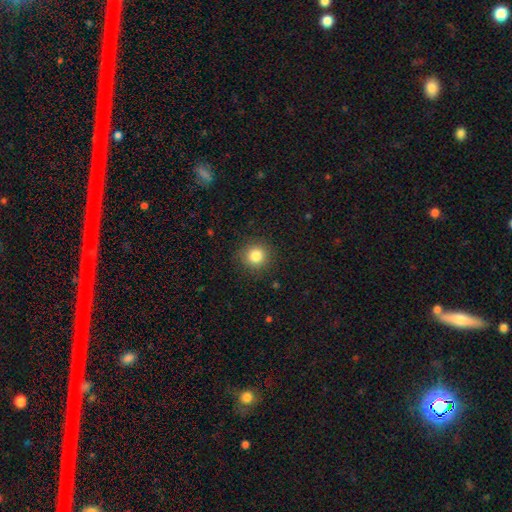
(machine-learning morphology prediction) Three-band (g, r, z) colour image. It shows a smooth galaxy with no disk features (82%) that is round (93%). Merging: none (90%).